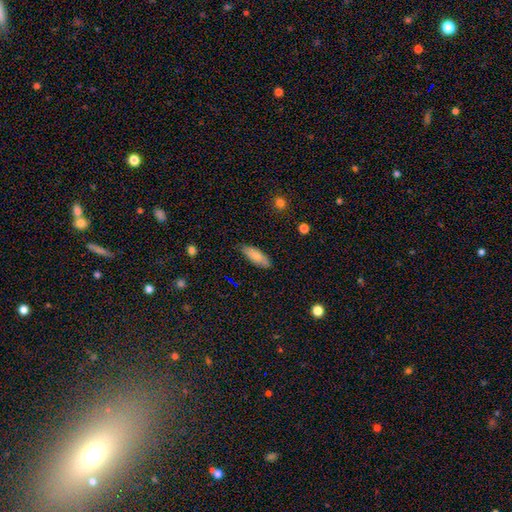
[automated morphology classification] Overall: smooth (83%). How rounded: in between (67%; cigar-shaped 32%). Merging: none (83%).